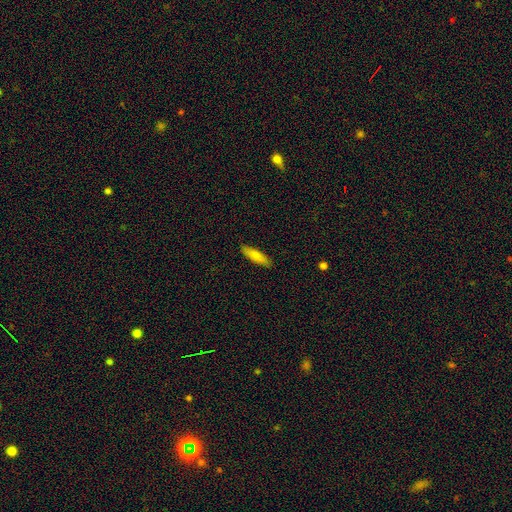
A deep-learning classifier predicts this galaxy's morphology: A smooth galaxy with no disk features (76%) that is cigar-shaped (67%). Merging: none (89%).